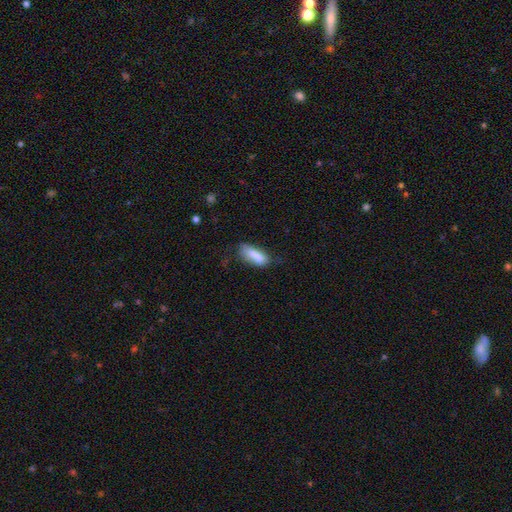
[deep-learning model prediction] Overall: smooth (82%). How rounded: in between (66%; cigar-shaped 32%). Merging: none (49%; minor disturbance 34%).